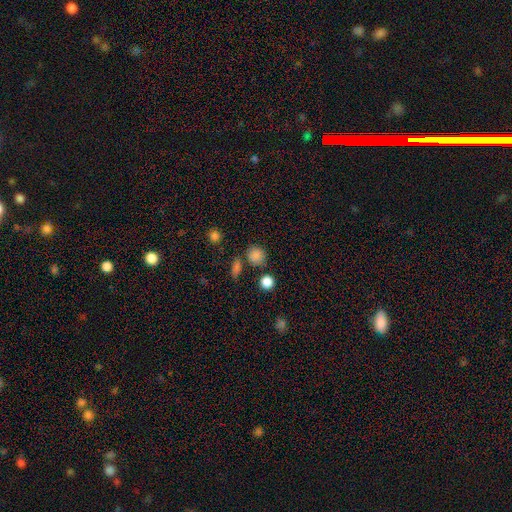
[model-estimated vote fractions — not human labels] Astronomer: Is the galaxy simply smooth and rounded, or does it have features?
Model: smooth — 83%.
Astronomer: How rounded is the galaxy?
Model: round — 83%.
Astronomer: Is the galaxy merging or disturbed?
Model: none — 76%.